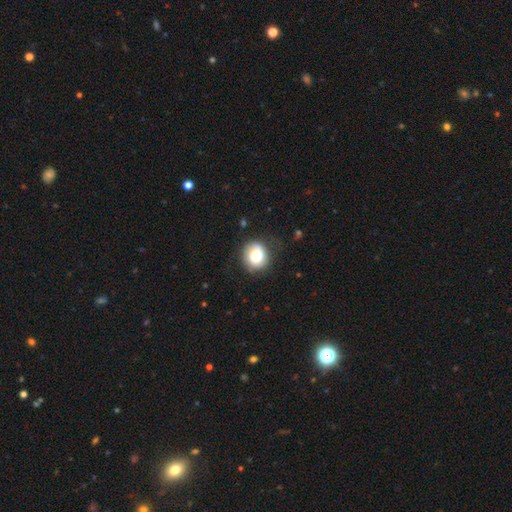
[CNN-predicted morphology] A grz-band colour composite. It shows a smooth galaxy with no disk features (76%) that is round (82%). Merging: none (77%).